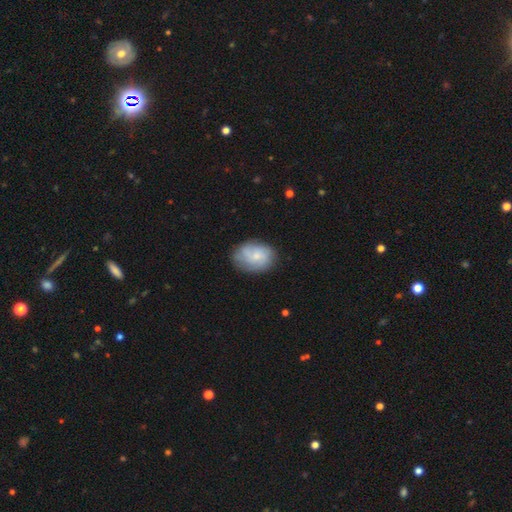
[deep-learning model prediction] This is possibly a smooth galaxy (55%). How rounded: likely in between (74%). Merging: likely none (69%).